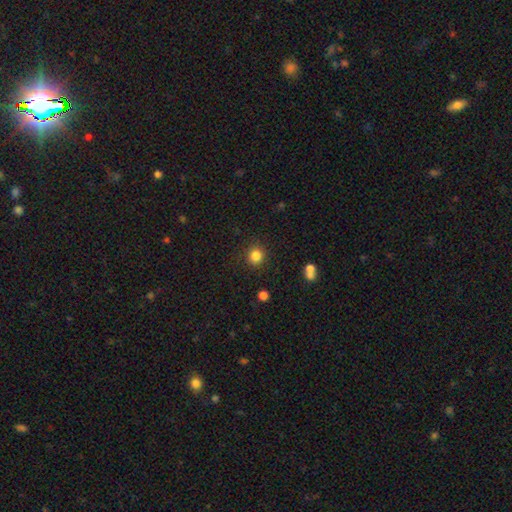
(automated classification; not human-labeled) Smooth or featured? smooth (84%)
How rounded? round (87%)
Merging? none (88%)